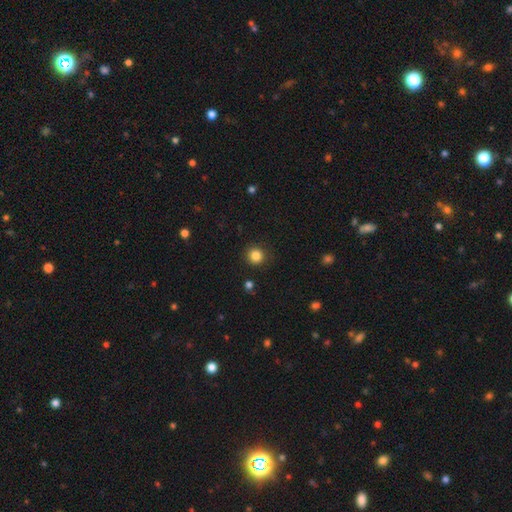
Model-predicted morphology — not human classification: Q: Smooth or featured?
A: smooth (84%); runner-up: star or artifact (12%)
Q: How rounded?
A: round (92%); runner-up: in between (7%)
Q: Merging?
A: none (89%); runner-up: minor disturbance (7%)